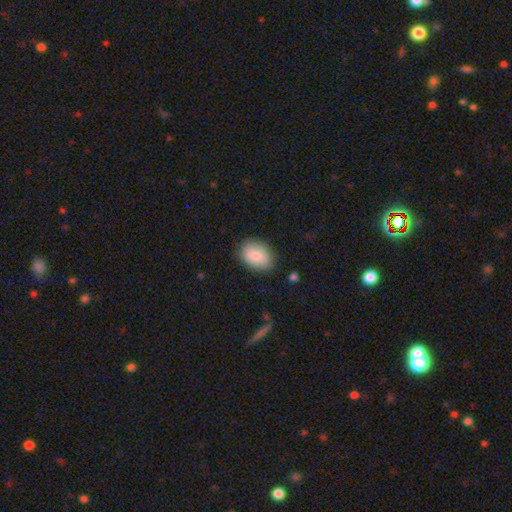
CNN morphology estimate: Smooth or featured: smooth — 83% (featured or disk — 10%)
How rounded: in between — 77% (round — 22%)
Merging: none — 82% (minor disturbance — 13%)